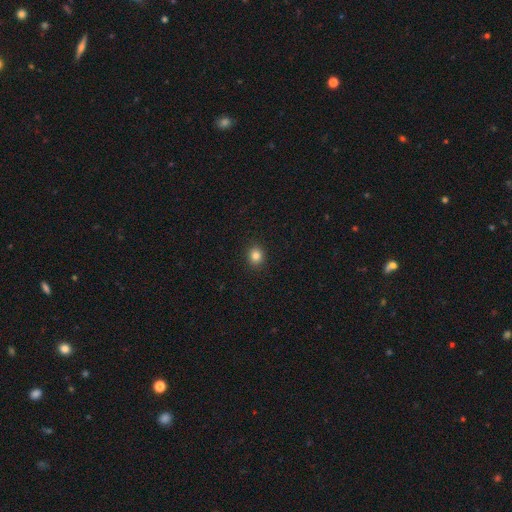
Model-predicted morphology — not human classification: A smooth galaxy with no disk features (83%) that is round (77%).

Vote fractions:
- Smooth or featured? smooth: 83% / star or artifact: 12% / featured or disk: 5%
- How rounded? round: 77% / in between: 22% / cigar-shaped: 1%
- Merging? none: 92% / minor disturbance: 5% / major disturbance: 2% / merger: 1%